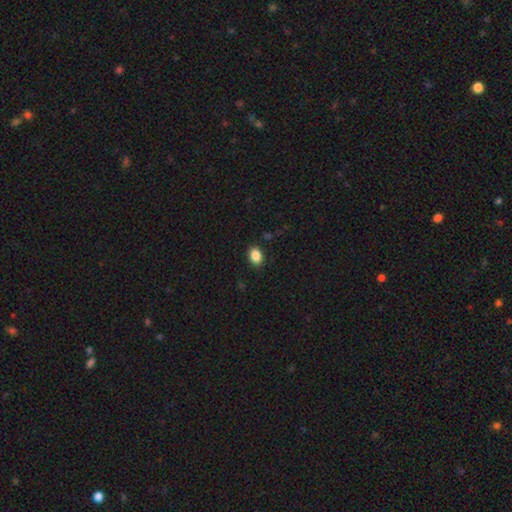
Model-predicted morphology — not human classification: Smooth or featured? smooth (87%)
How rounded? in between (75%)
Merging? none (89%)